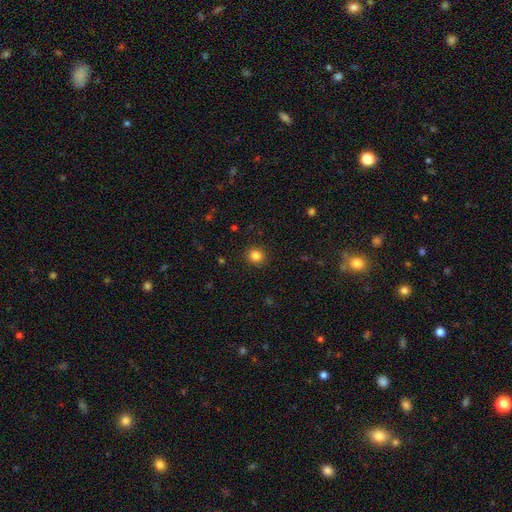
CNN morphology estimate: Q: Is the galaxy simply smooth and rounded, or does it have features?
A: smooth — 83%.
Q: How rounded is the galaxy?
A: round — 86%.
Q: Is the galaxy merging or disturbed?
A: none — 91%.